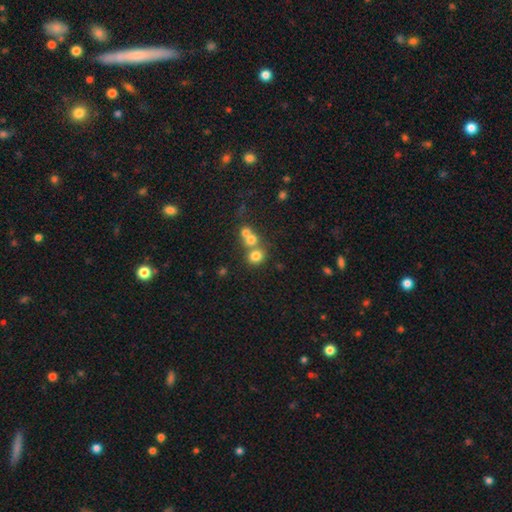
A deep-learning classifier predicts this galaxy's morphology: A smooth galaxy with no disk features (74%) that is round (78%).

Vote fractions:
- Smooth or featured? smooth: 74% / star or artifact: 14% / featured or disk: 12%
- How rounded? round: 78% / in between: 21% / cigar-shaped: 1%
- Merging? none: 46% / merger: 44% / minor disturbance: 7% / major disturbance: 4%